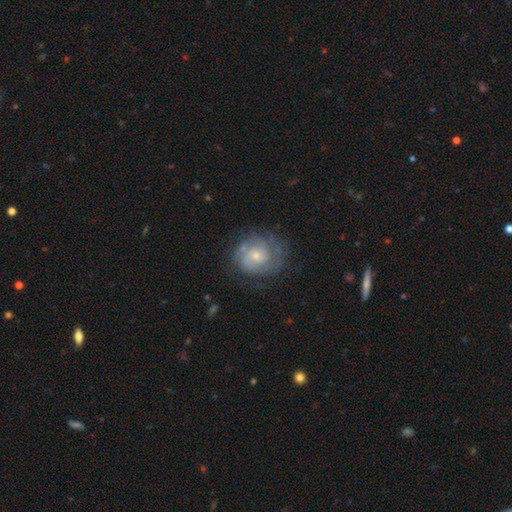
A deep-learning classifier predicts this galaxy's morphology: featured or disk 75%, smooth 19%, star or artifact 7%. Down the decision tree: edge-on disk — no (98%); bar — no (64%); spiral arms — yes (91%); spiral arm count — 2 (45%); spiral winding — tight (56%); bulge size — small (57%); merging — none (70%).